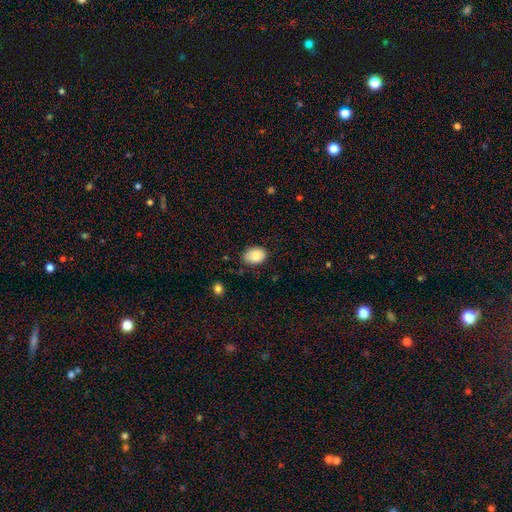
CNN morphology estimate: Overall: smooth (82%). How rounded: in between (77%). Merging: none (79%).